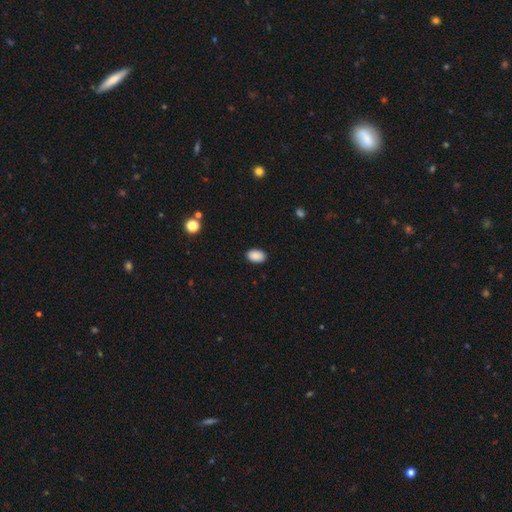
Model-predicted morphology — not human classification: Q: Smooth or featured?
A: smooth (89%); runner-up: star or artifact (8%)
Q: How rounded?
A: in between (90%); runner-up: round (9%)
Q: Merging?
A: none (89%); runner-up: minor disturbance (8%)